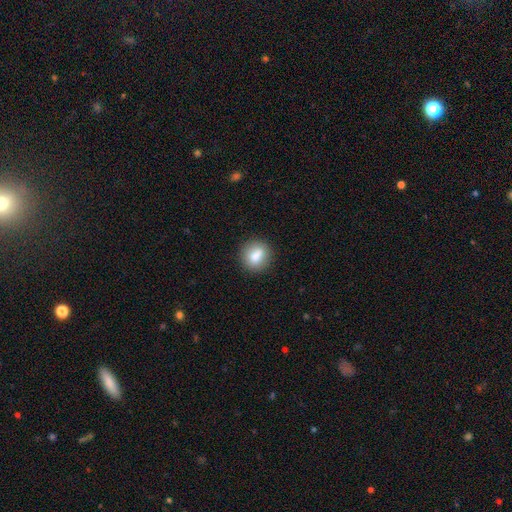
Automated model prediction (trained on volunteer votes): smooth 80%, featured or disk 11%, star or artifact 9%. Down the decision tree: how rounded — round (75%); merging — none (83%).